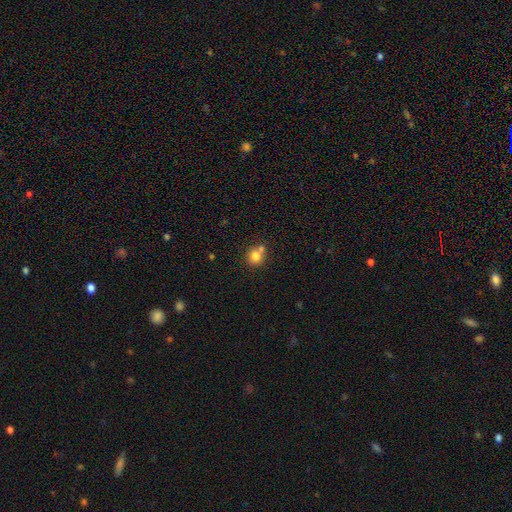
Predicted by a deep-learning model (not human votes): A smooth galaxy with no disk features (80%) that is round (85%).

Vote fractions:
- Smooth or featured? smooth: 80% / star or artifact: 11% / featured or disk: 9%
- How rounded? round: 85% / in between: 14% / cigar-shaped: 1%
- Merging? none: 54% / merger: 34% / minor disturbance: 9% / major disturbance: 3%